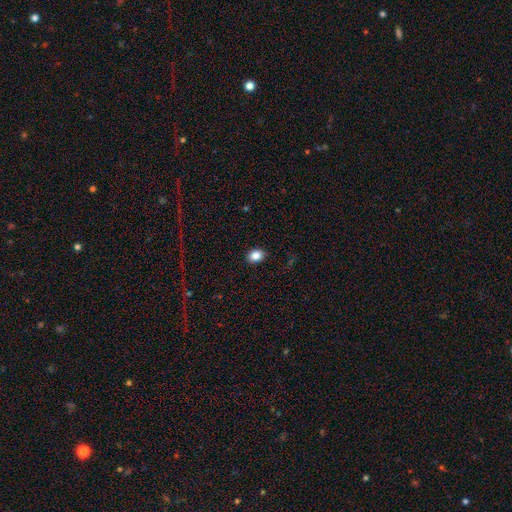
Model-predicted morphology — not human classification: Smooth or featured? smooth (85%)
How rounded? in between (63%)
Merging? none (89%)